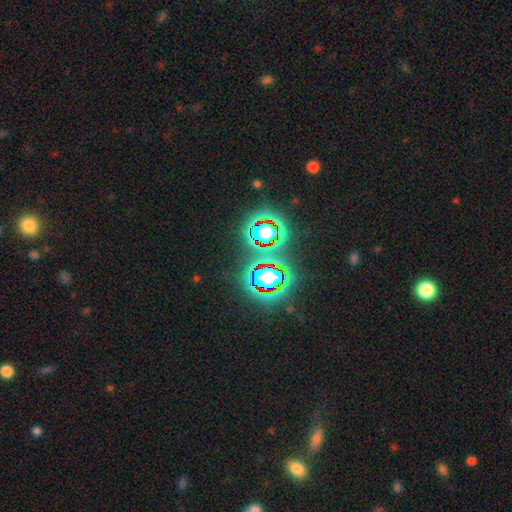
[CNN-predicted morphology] A star or artifact, not a galaxy (80%).

Vote fractions:
- Smooth or featured? star or artifact: 80% / smooth: 12% / featured or disk: 7%